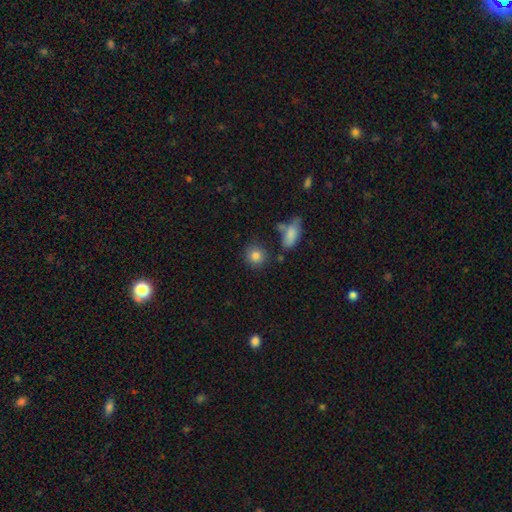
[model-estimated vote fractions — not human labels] smooth_or_featured: smooth (p=0.83) [alt: star or artifact p=0.09]
how_rounded: round (p=0.83) [alt: in between p=0.16]
merging: none (p=0.78) [alt: minor disturbance p=0.12]